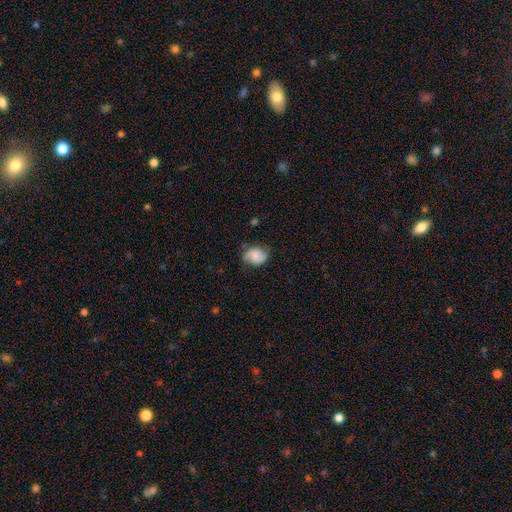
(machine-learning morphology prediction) A smooth galaxy with no disk features (73%) that is in between round and cigar-shaped (57%).

Vote fractions:
- Smooth or featured? smooth: 73% / featured or disk: 19% / star or artifact: 8%
- How rounded? in between: 57% / round: 42% / cigar-shaped: 1%
- Merging? none: 62% / minor disturbance: 29% / major disturbance: 7% / merger: 2%